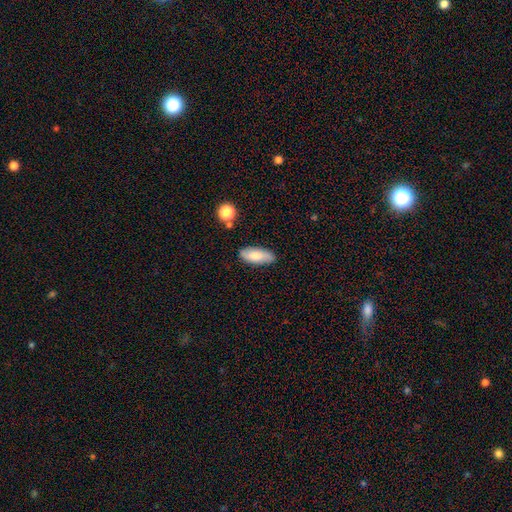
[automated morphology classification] smooth_or_featured: smooth (p=0.76) [alt: featured or disk p=0.17]
how_rounded: in between (p=0.80) [alt: cigar-shaped p=0.18]
merging: none (p=0.81) [alt: minor disturbance p=0.14]